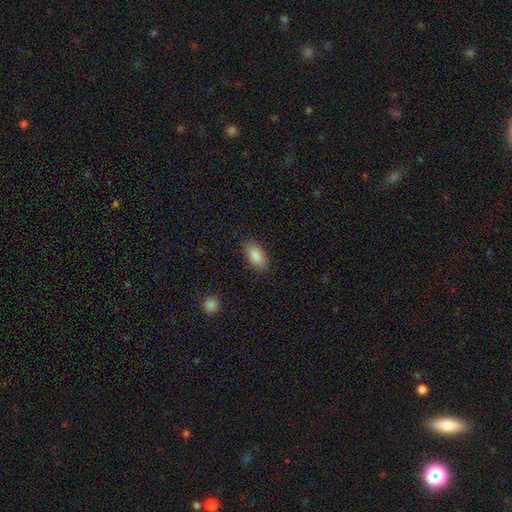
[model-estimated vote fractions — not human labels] Overall: smooth (88%). How rounded: in between (92%). Merging: none (86%).